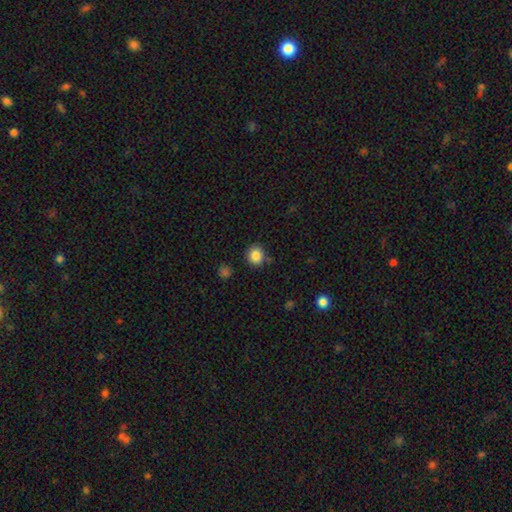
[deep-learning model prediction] Q: Smooth or featured?
A: smooth (85%); runner-up: star or artifact (10%)
Q: How rounded?
A: round (86%); runner-up: in between (13%)
Q: Merging?
A: none (84%); runner-up: minor disturbance (10%)